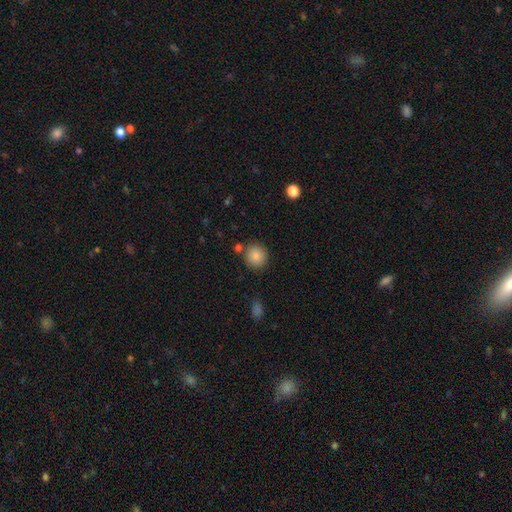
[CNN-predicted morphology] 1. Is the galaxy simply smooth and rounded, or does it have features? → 85% smooth, 9% star or artifact, 6% featured or disk.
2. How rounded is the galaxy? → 90% round, 9% in between, 1% cigar-shaped.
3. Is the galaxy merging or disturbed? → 82% none, 9% minor disturbance, 6% merger, 3% major disturbance.